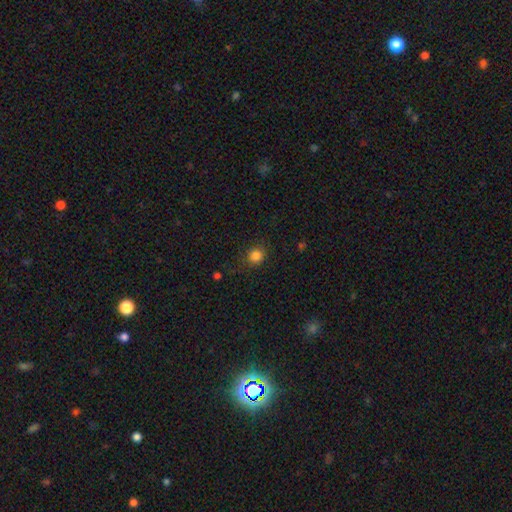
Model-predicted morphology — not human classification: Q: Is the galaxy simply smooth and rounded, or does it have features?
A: smooth — 83%.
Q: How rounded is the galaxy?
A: round — 86%.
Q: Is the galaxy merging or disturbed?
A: none — 83%.